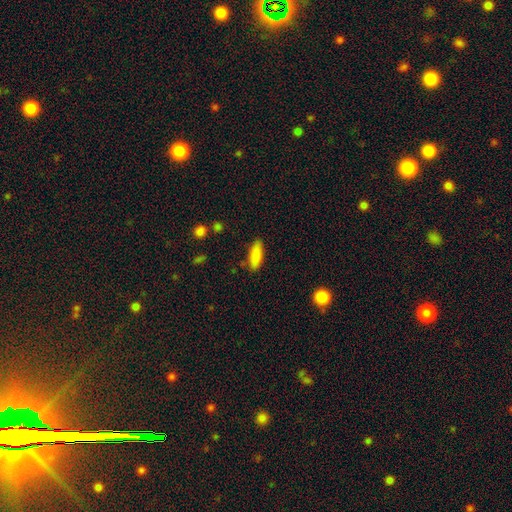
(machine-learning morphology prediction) A smooth galaxy with no disk features (87%) that is in between round and cigar-shaped (62%).

Vote fractions:
- Smooth or featured? smooth: 87% / star or artifact: 7% / featured or disk: 5%
- How rounded? in between: 62% / cigar-shaped: 36% / round: 2%
- Merging? none: 83% / minor disturbance: 12% / major disturbance: 3% / merger: 2%